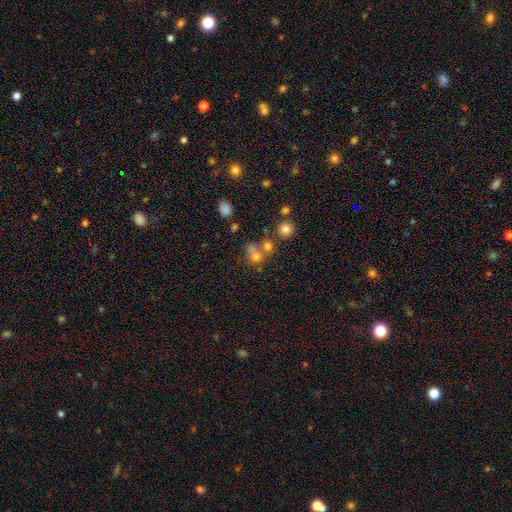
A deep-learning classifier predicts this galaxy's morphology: type=smooth (59%); roundness=round (72%); merging=merger (44%).